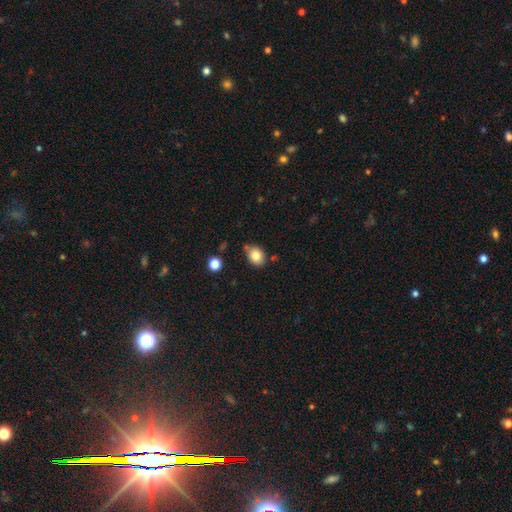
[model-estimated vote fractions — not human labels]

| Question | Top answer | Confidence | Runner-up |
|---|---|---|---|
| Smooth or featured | smooth | 82% | star or artifact (10%) |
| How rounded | in between | 58% | round (41%) |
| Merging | none | 68% | minor disturbance (21%) |